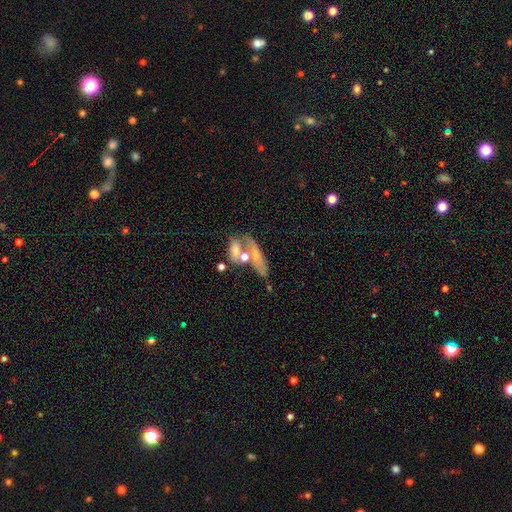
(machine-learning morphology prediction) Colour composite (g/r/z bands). It shows a smooth galaxy with no disk features (57%) that is in between round and cigar-shaped (51%). Merging: merger (38%).